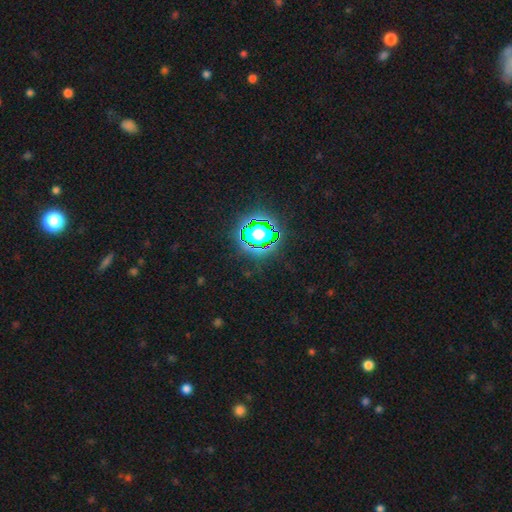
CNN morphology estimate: Smooth or featured? Predicted: star or artifact (p=0.78).